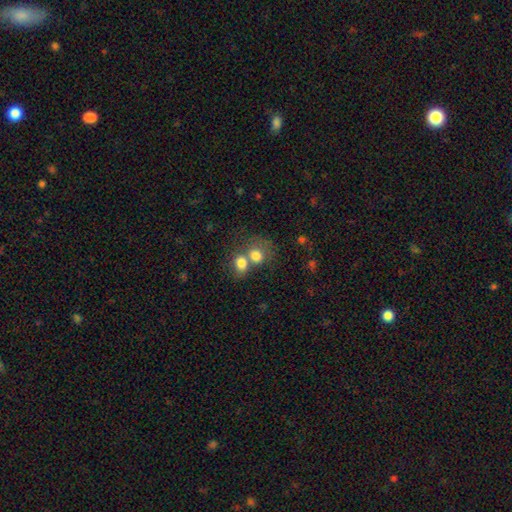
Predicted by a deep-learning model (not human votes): A smooth galaxy with no disk features (78%) that is round (59%). Merging: merger (61%).